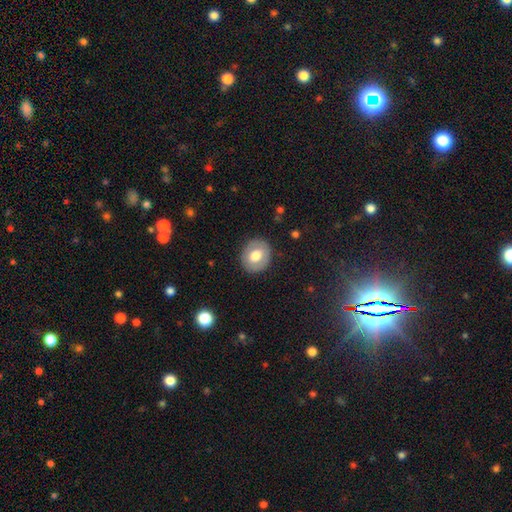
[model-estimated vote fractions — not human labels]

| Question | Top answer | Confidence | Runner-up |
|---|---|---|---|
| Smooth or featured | smooth | 66% | featured or disk (26%) |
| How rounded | round | 67% | in between (32%) |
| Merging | none | 87% | minor disturbance (9%) |